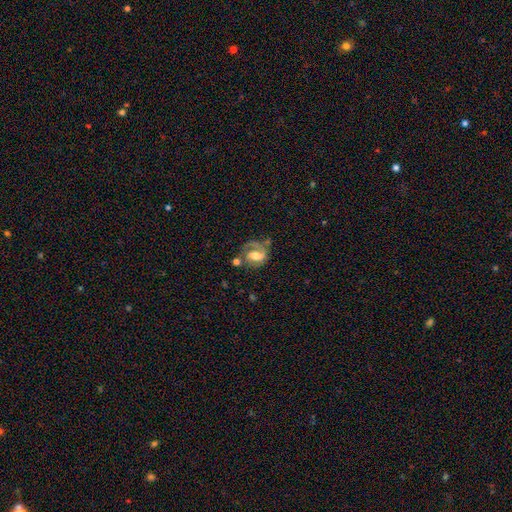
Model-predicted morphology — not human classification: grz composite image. It shows a featured or disk galaxy (75%) with a weak bar (46%), 2 (49%) medium (45%) spiral arms (89%) and a moderate central bulge (54%). Merging: none (46%).